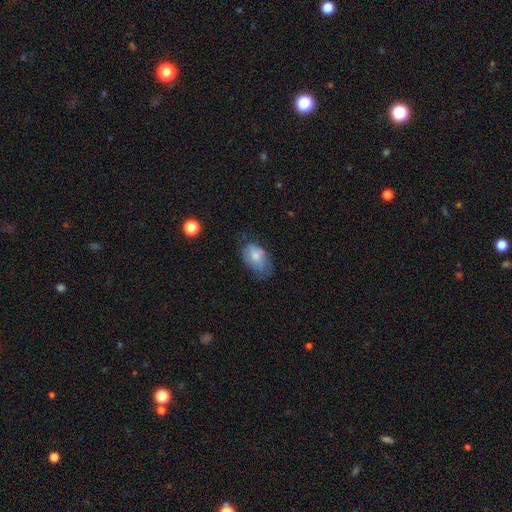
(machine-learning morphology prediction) This is likely a smooth galaxy (71%). How rounded: clearly in between (89%). Merging: possibly none (47%).